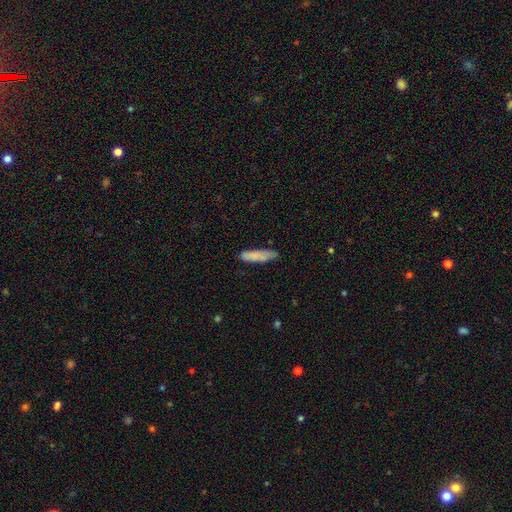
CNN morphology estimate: The model was most divided on "how rounded": cigar-shaped: 77%, in between: 21%, round: 1%. More confident: smooth or featured — smooth (82%); merging — none (76%).